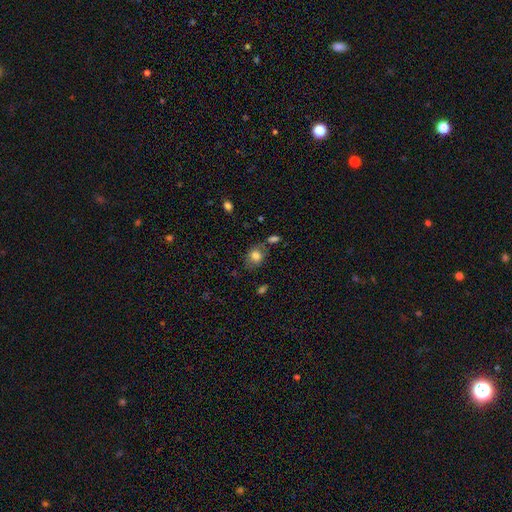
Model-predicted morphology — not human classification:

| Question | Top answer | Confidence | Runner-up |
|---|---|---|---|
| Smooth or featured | smooth | 79% | featured or disk (12%) |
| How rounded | in between | 53% | round (46%) |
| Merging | none | 64% | minor disturbance (20%) |